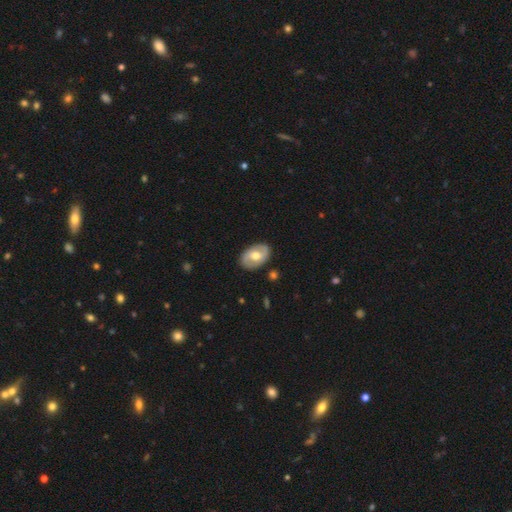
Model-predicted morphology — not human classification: smooth_or_featured: featured or disk (p=0.62) [alt: smooth p=0.32]
disk_edge_on: no (p=0.95) [alt: yes p=0.05]
bar: weak (p=0.41) [alt: no p=0.40]
has_spiral_arms: yes (p=0.66) [alt: no p=0.34]
bulge_size: moderate (p=0.76) [alt: small p=0.13]
merging: none (p=0.85) [alt: minor disturbance p=0.11]